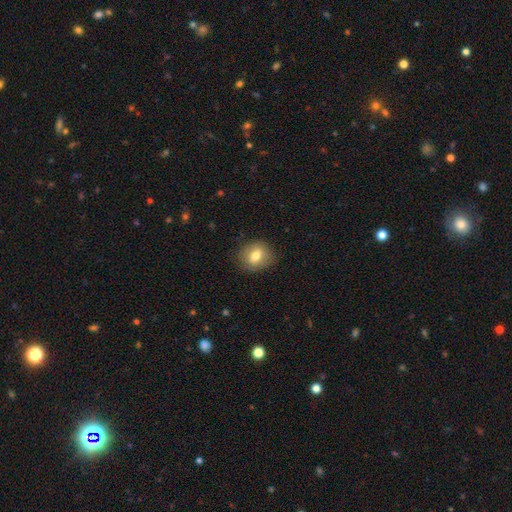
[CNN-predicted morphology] Overall: smooth (74%). How rounded: round (61%; in between 37%). Merging: none (84%).